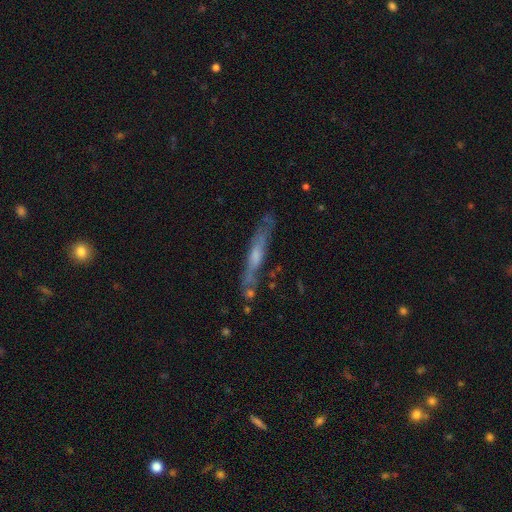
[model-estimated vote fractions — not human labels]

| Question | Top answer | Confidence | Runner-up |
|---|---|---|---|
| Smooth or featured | featured or disk | 66% | smooth (25%) |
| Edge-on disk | yes | 78% | no (22%) |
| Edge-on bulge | rounded | 54% | none (35%) |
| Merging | none | 72% | minor disturbance (18%) |